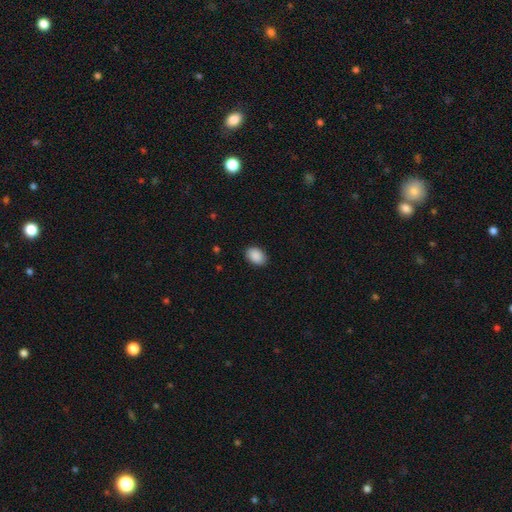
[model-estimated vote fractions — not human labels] Smooth or featured: smooth — 90% (star or artifact — 7%)
How rounded: in between — 84% (round — 15%)
Merging: none — 88% (minor disturbance — 9%)